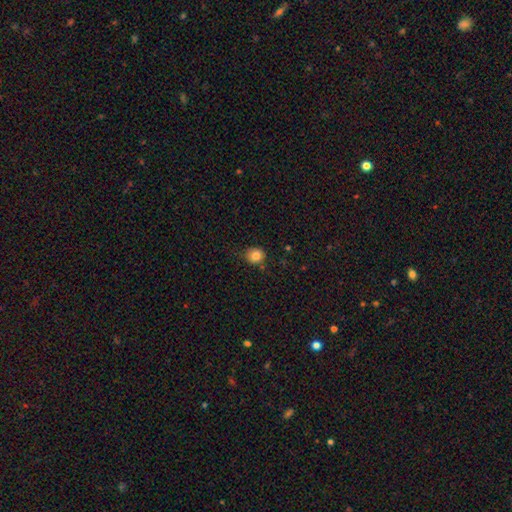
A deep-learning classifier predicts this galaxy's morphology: type=smooth (83%); roundness=round (80%); merging=none (79%).